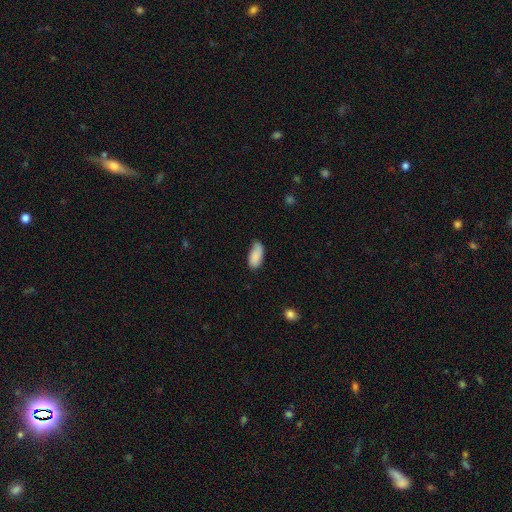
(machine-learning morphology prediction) Smooth or featured?
  - smooth: 86% *
  - featured or disk: 7%
  - star or artifact: 6%
How rounded?
  - in between: 92% *
  - cigar-shaped: 6%
  - round: 2%
Merging?
  - none: 67% *
  - minor disturbance: 27%
  - major disturbance: 5%
  - merger: 2%